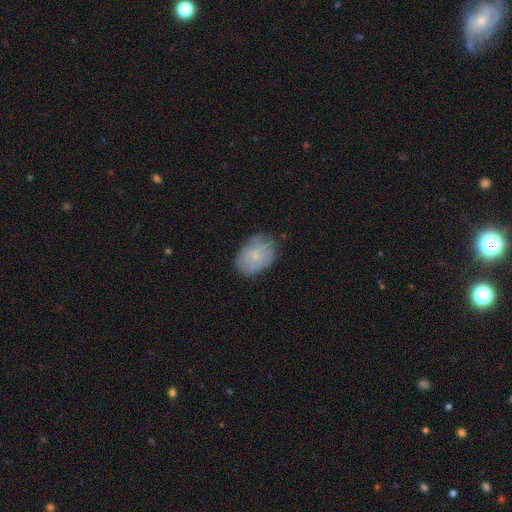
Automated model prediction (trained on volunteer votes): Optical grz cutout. It shows a smooth galaxy with no disk features (70%) that is in between round and cigar-shaped (77%). Merging: none (71%).